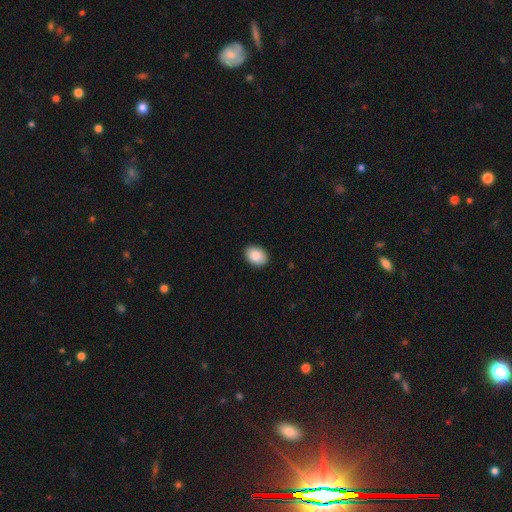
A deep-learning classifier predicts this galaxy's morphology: smooth 89%, star or artifact 7%, featured or disk 4%. Down the decision tree: how rounded — in between (78%); merging — none (89%).